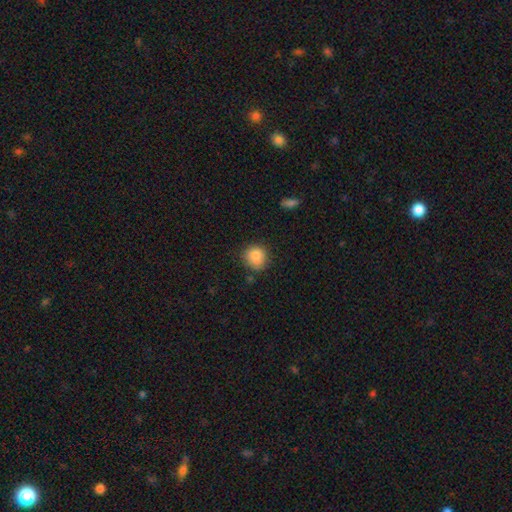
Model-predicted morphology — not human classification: This is clearly a smooth galaxy (85%). How rounded: clearly round (85%). Merging: likely none (77%).